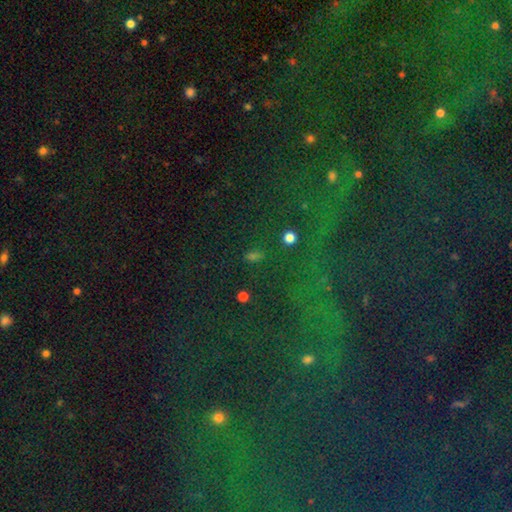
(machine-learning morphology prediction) Smooth or featured? Predicted: smooth (p=0.54). How rounded? Predicted: in between (p=0.72). Merging? Predicted: none (p=0.78).